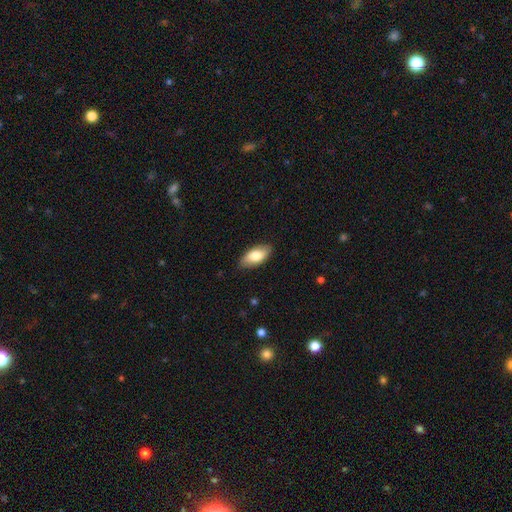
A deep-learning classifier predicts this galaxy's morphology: smooth 79%, featured or disk 16%, star or artifact 6%. Down the decision tree: how rounded — in between (91%); merging — none (86%).